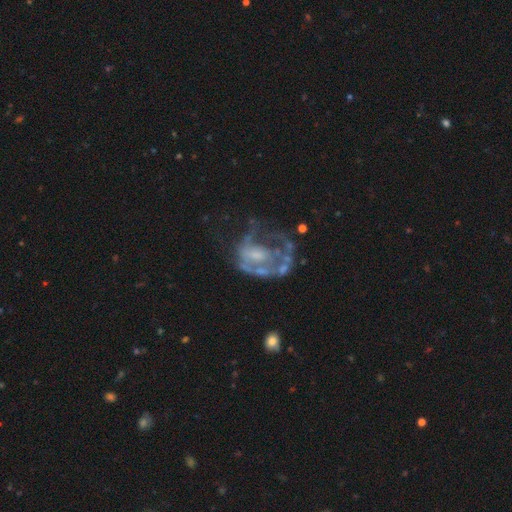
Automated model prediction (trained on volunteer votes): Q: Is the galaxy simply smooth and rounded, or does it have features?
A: featured or disk — 73%.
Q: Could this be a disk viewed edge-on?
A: no — 97%.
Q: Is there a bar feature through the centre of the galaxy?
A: no — 75%.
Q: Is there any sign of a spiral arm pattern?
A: no — 65%.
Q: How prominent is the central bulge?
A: none — 35%.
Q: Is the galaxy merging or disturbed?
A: major disturbance — 41%.